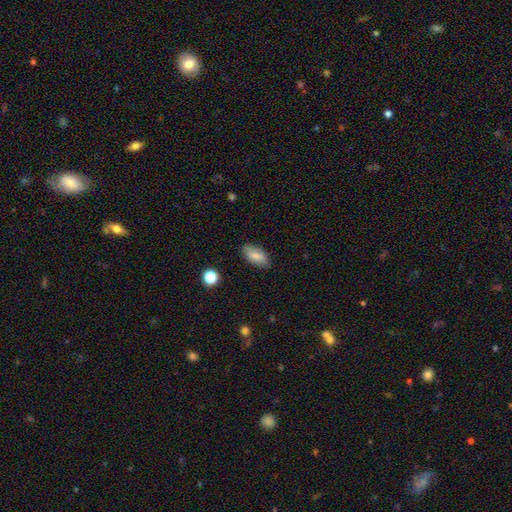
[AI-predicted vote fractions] smooth 78%, featured or disk 14%, star or artifact 8%. Down the decision tree: how rounded — in between (90%); merging — none (81%).